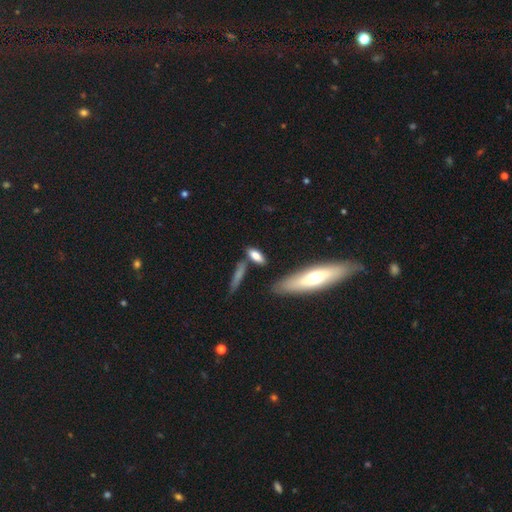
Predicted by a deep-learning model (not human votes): Smooth or featured?
  - smooth: 76% *
  - featured or disk: 17%
  - star or artifact: 7%
How rounded?
  - in between: 60% *
  - cigar-shaped: 36%
  - round: 5%
Merging?
  - none: 65% *
  - merger: 15%
  - minor disturbance: 15%
  - major disturbance: 5%